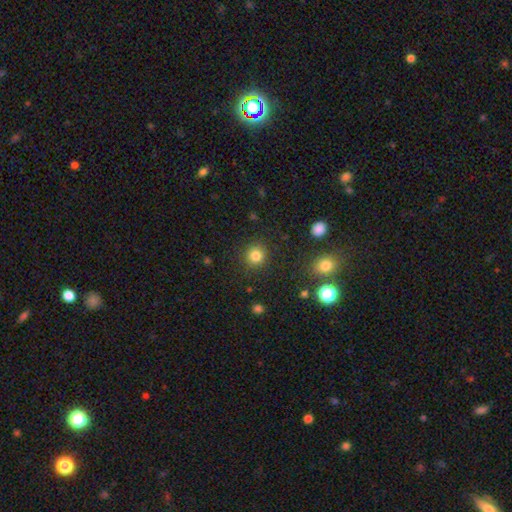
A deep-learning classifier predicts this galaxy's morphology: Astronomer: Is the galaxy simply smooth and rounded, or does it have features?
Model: smooth — 82%.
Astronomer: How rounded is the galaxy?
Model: round — 92%.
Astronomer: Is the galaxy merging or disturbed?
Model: none — 90%.